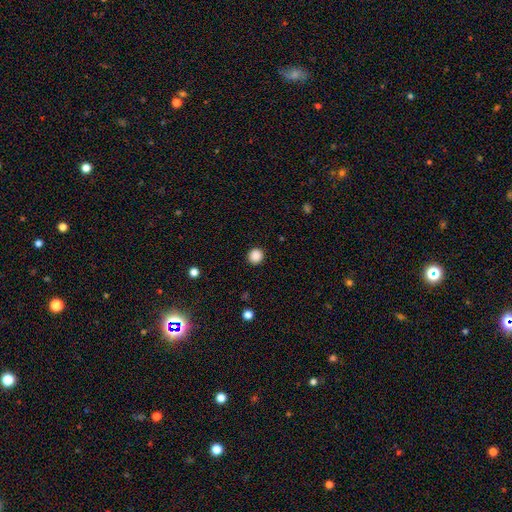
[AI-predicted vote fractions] smooth_or_featured: smooth (p=0.87) [alt: star or artifact p=0.10]
how_rounded: round (p=0.93) [alt: in between p=0.06]
merging: none (p=0.92) [alt: minor disturbance p=0.05]